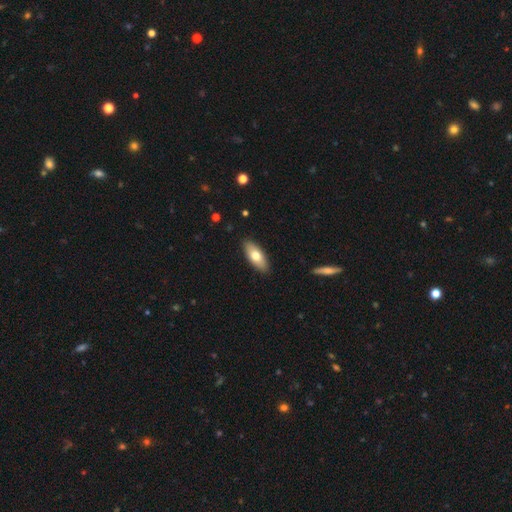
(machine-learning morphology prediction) smooth-or-featured: smooth: 70% | featured or disk: 25% | star or artifact: 6%
  how-rounded: in between: 79% | cigar-shaped: 18% | round: 2%
  merging: none: 89% | minor disturbance: 8% | major disturbance: 2% | merger: 1%